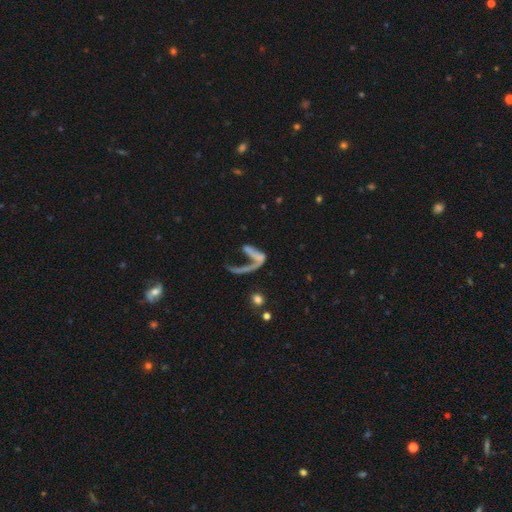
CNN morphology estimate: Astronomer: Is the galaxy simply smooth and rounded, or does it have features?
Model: featured or disk — 55% (runner-up: smooth, 32%).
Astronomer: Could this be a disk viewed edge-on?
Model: no — 89%.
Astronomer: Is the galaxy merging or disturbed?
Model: major disturbance — 50%.